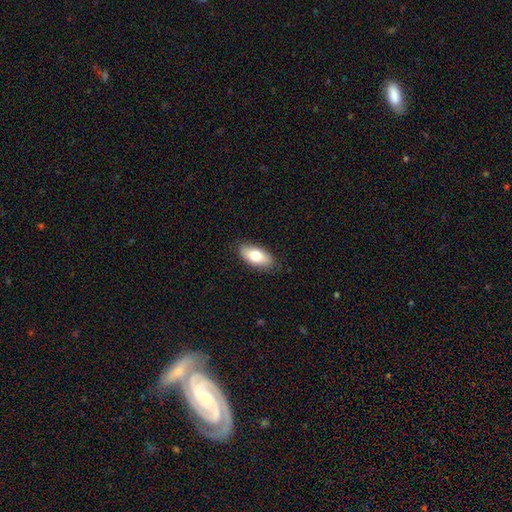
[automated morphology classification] A smooth galaxy with no disk features (75%) that is in between round and cigar-shaped (90%).

Vote fractions:
- Smooth or featured? smooth: 75% / featured or disk: 18% / star or artifact: 7%
- How rounded? in between: 90% / cigar-shaped: 7% / round: 3%
- Merging? none: 85% / minor disturbance: 11% / major disturbance: 2% / merger: 1%